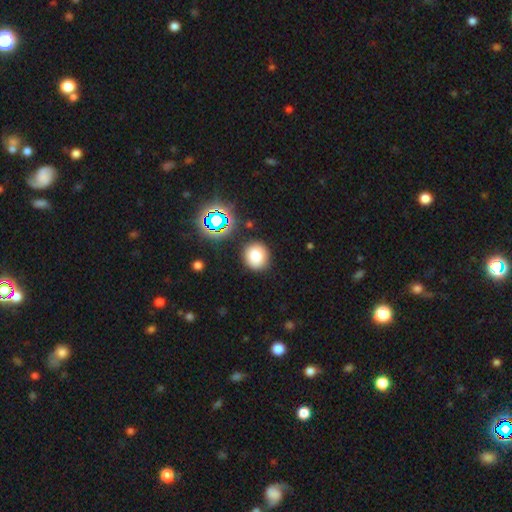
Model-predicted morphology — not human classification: The model was most divided on "smooth or featured": smooth: 79%, star or artifact: 15%, featured or disk: 7%. More confident: merging — none (87%); how rounded — round (84%).